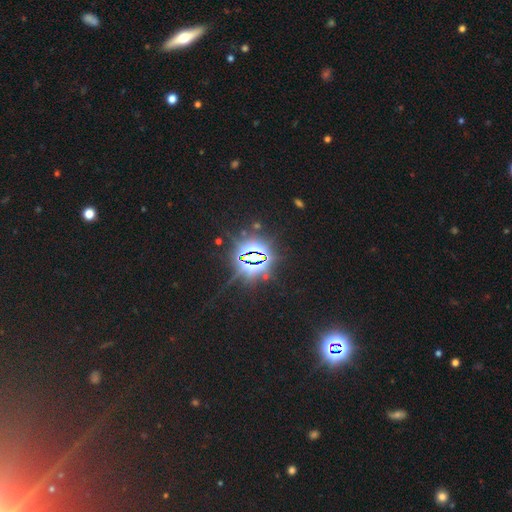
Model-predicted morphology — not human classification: smooth-or-featured: star or artifact: 85% | smooth: 8% | featured or disk: 7%